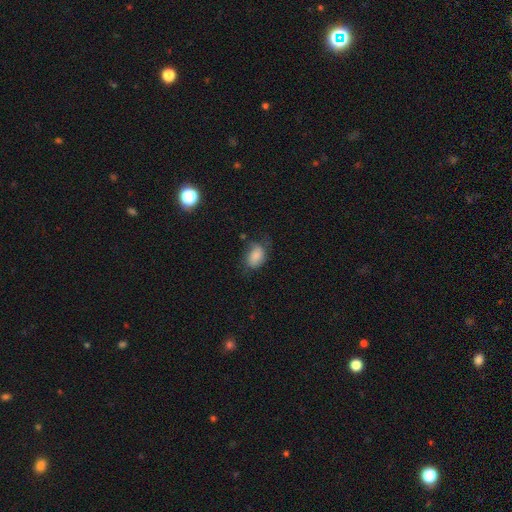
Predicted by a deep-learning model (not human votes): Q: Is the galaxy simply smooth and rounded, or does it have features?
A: smooth — 79%.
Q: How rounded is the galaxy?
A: in between — 81%.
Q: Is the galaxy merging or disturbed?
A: none — 51%.